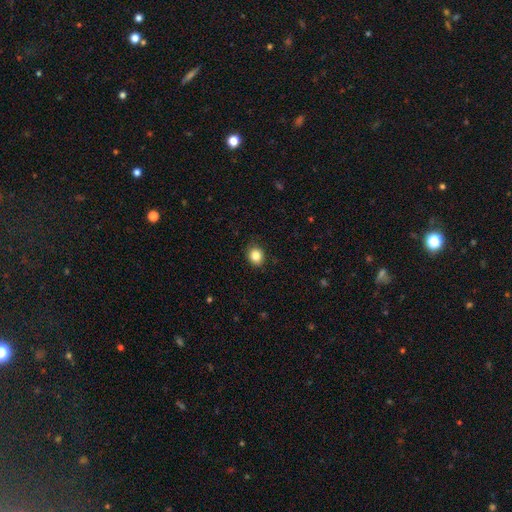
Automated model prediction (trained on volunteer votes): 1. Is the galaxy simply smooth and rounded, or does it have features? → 85% smooth, 10% star or artifact, 5% featured or disk.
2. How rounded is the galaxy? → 69% round, 30% in between, 1% cigar-shaped.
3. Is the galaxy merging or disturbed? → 87% none, 10% minor disturbance, 2% major disturbance, 1% merger.